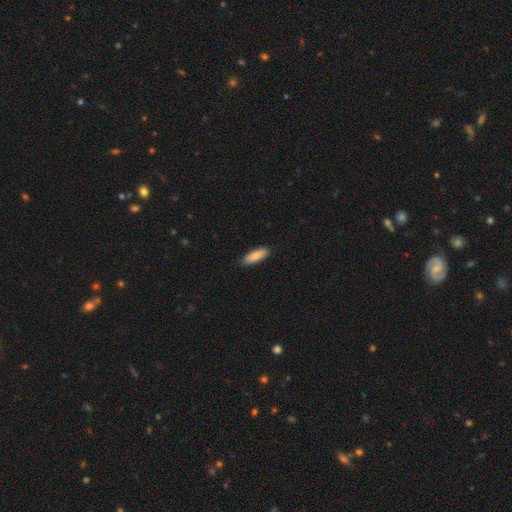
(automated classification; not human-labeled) Smooth or featured? smooth (88%)
How rounded? in between (50%)
Merging? none (89%)